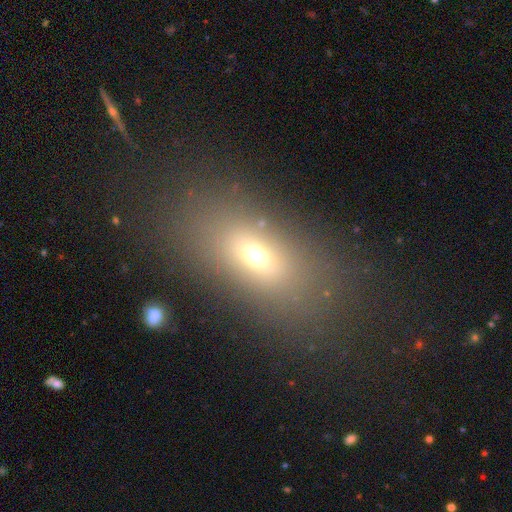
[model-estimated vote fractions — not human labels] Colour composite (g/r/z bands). It shows a smooth galaxy with no disk features (64%) that is in between round and cigar-shaped (78%). Merging: none (78%).